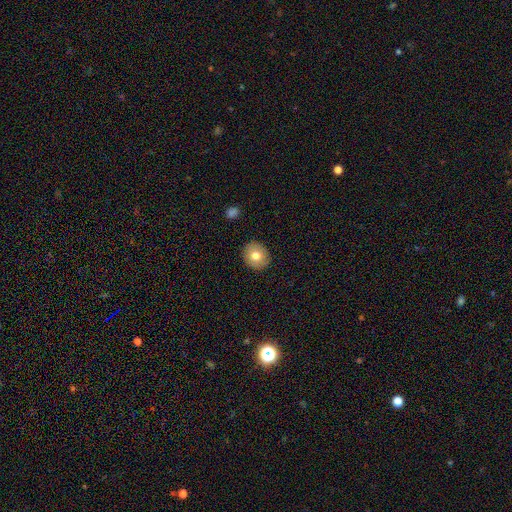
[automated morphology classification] The model was most divided on "how rounded": round: 73%, in between: 26%, cigar-shaped: 1%. More confident: merging — none (90%); smooth or featured — smooth (75%).